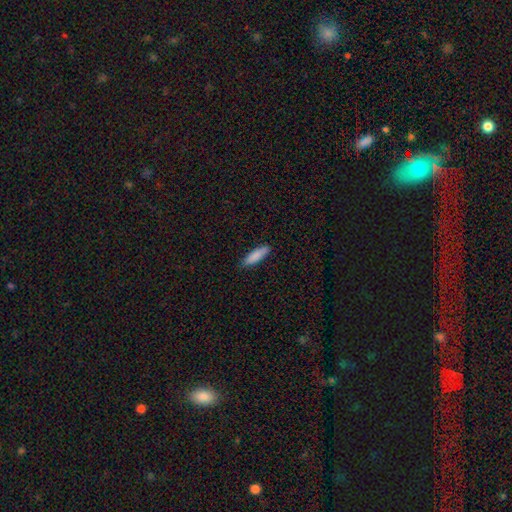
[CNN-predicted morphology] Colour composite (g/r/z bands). It shows a smooth galaxy with no disk features (87%) that is cigar-shaped (63%). Merging: none (86%).